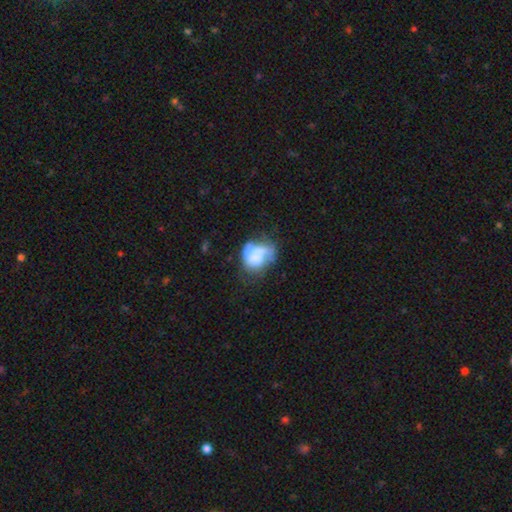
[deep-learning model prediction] Smooth or featured: featured or disk — 49% (smooth — 42%)
Merging: none — 32% (major disturbance — 30%)